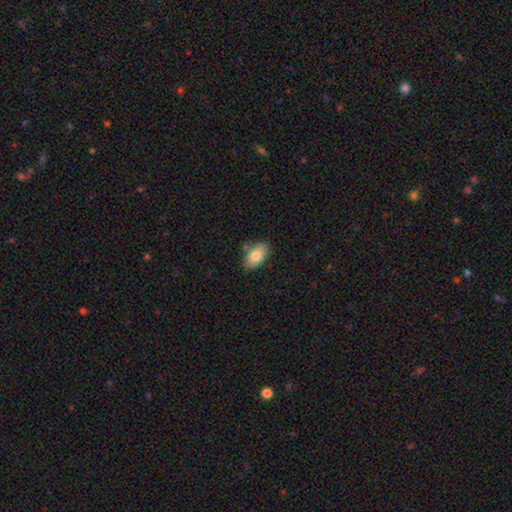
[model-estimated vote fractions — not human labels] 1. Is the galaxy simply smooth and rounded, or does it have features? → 79% smooth, 14% featured or disk, 7% star or artifact.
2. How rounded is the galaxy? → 92% in between, 6% round, 2% cigar-shaped.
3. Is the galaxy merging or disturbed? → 79% none, 15% minor disturbance, 3% merger, 3% major disturbance.